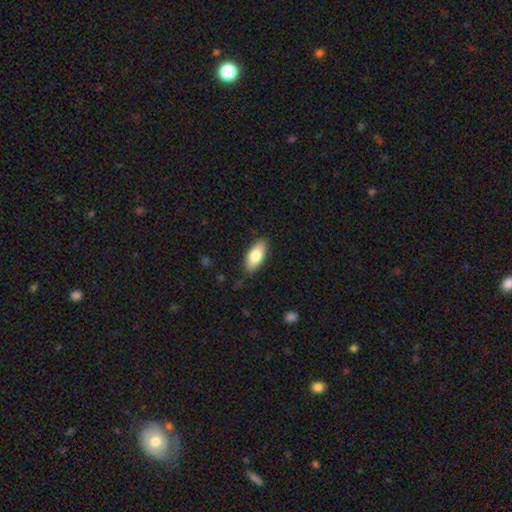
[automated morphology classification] type=smooth (78%); roundness=in between (85%); merging=none (83%).